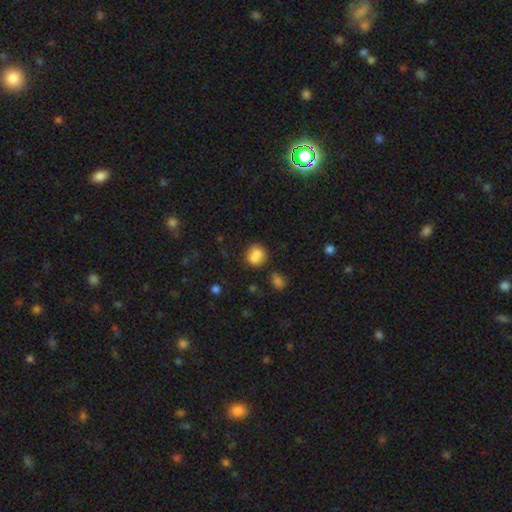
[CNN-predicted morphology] type=smooth (76%); roundness=round (76%); merging=none (44%).